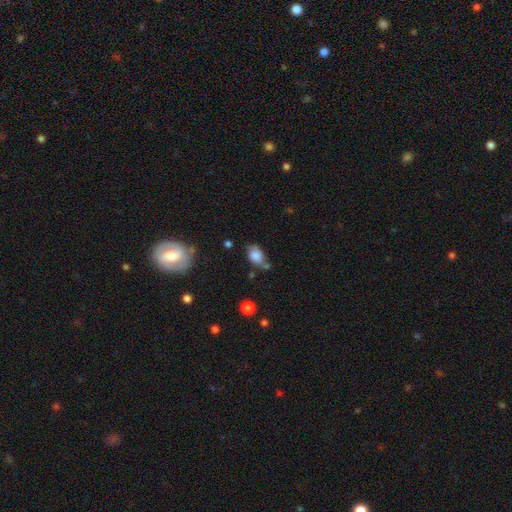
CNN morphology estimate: This appears to be a smooth galaxy with no disk features (78%) that is in between round and cigar-shaped (84%). Merging: none (52%).